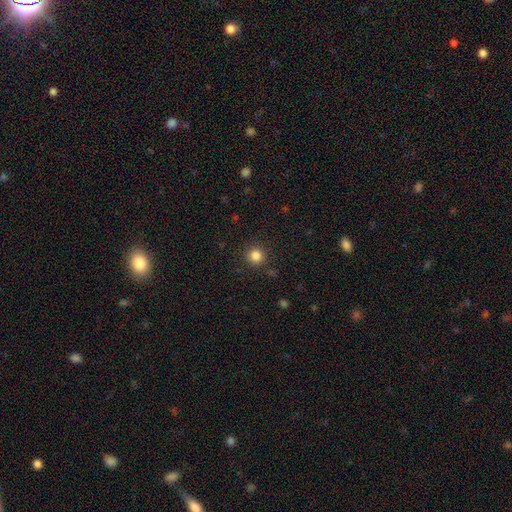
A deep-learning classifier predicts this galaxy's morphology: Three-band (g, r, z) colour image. It shows a smooth galaxy with no disk features (84%) that is round (93%). Merging: none (90%).